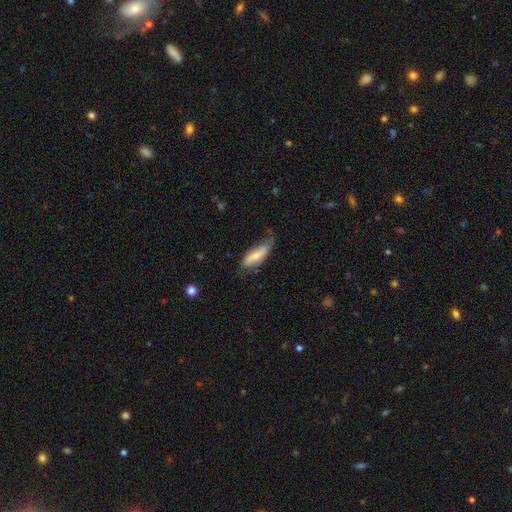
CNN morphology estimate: A smooth galaxy with no disk features (66%) that is in between round and cigar-shaped (59%). Merging: none (45%).